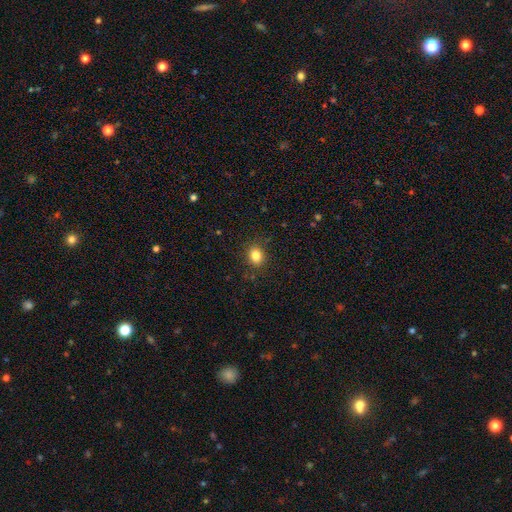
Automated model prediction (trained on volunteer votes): Q: Smooth or featured?
A: smooth (83%); runner-up: star or artifact (11%)
Q: How rounded?
A: round (60%); runner-up: in between (40%)
Q: Merging?
A: none (87%); runner-up: minor disturbance (9%)